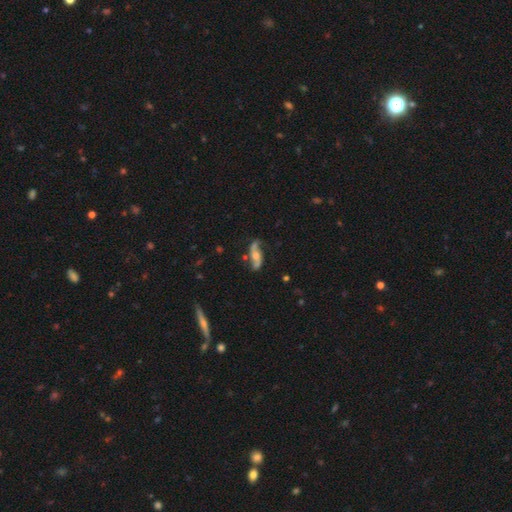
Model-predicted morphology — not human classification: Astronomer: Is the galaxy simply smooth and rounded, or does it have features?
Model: featured or disk — 77%.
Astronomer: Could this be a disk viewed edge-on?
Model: no — 88%.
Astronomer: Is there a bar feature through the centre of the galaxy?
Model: no — 61%.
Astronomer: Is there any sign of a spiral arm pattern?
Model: yes — 92%.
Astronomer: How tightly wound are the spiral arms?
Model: loose — 69%.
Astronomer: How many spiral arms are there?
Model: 2 — 90%.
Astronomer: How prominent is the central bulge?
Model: moderate — 61%.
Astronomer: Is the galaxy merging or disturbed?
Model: none — 71%.